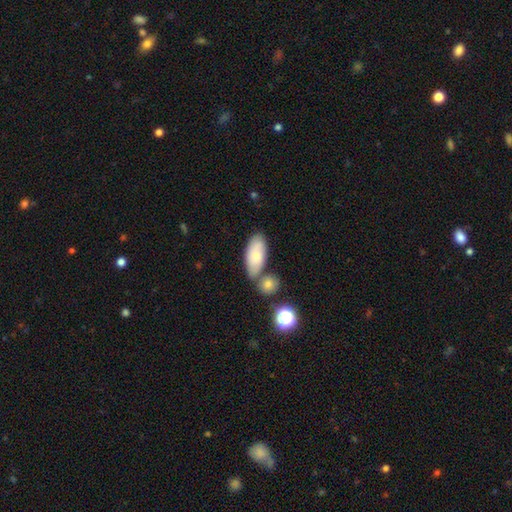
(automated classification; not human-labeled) Q: Smooth or featured?
A: smooth (76%); runner-up: featured or disk (18%)
Q: How rounded?
A: in between (89%); runner-up: cigar-shaped (8%)
Q: Merging?
A: none (56%); runner-up: merger (24%)